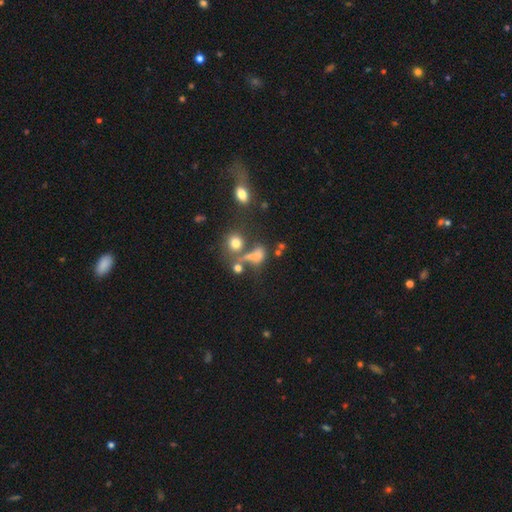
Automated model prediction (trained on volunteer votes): Smooth or featured? smooth (62%)
How rounded? in between (55%)
Merging? merger (32%)